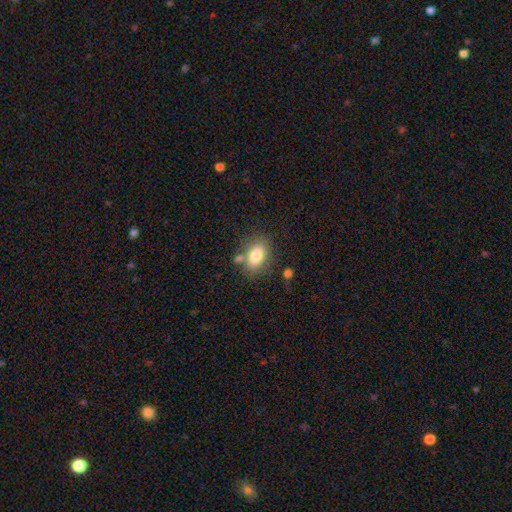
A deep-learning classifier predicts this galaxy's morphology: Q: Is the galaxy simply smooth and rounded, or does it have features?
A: smooth — 80%.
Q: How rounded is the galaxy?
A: in between — 85%.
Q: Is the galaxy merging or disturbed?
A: none — 69%.